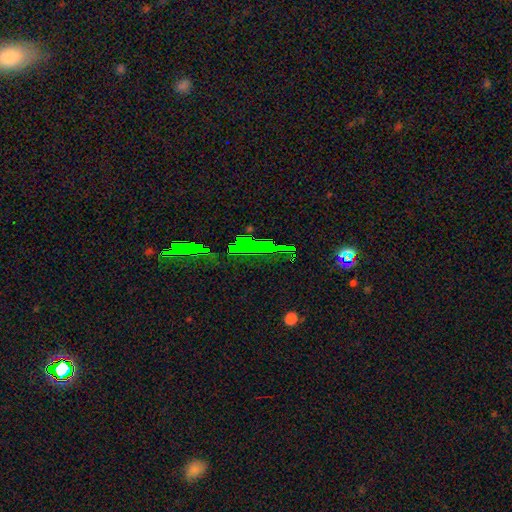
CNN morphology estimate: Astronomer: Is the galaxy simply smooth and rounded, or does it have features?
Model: star or artifact — 59%.